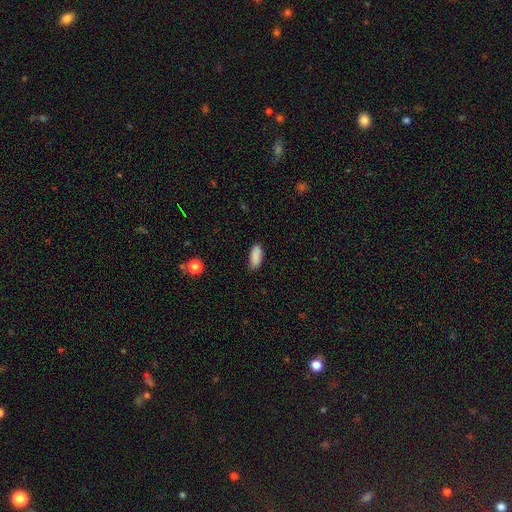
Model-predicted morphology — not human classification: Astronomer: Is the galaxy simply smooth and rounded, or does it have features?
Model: smooth — 88%.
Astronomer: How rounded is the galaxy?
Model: in between — 82%.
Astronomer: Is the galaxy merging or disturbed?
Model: none — 81%.